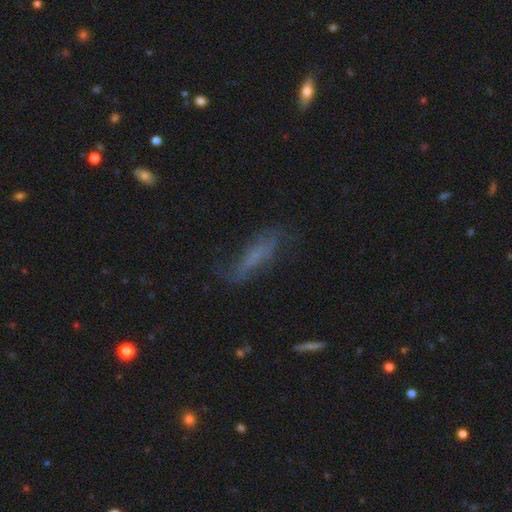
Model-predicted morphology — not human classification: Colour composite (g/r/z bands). It shows a smooth galaxy with no disk features (46%). Merging: none (57%).